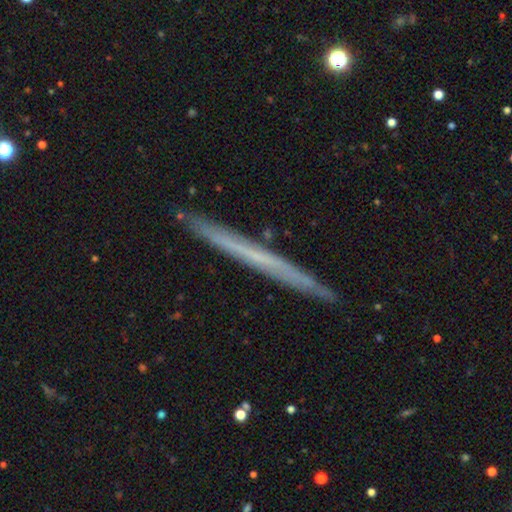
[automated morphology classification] featured or disk 54%, smooth 38%, star or artifact 8%. Down the decision tree: edge-on disk — yes (97%); edge-on bulge — none (93%); merging — none (91%).